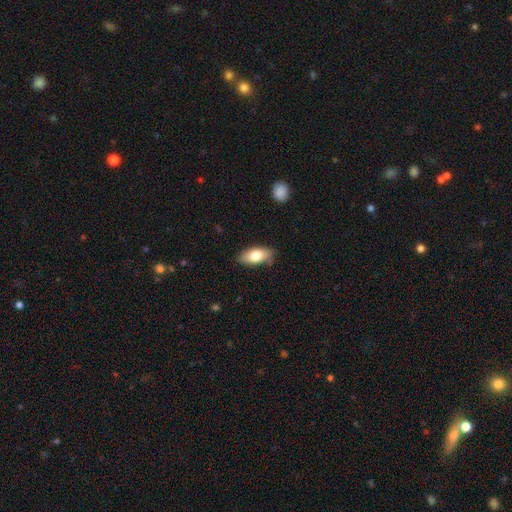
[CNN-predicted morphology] Smooth or featured: smooth — 79% (featured or disk — 15%)
How rounded: in between — 88% (cigar-shaped — 9%)
Merging: none — 77% (minor disturbance — 18%)